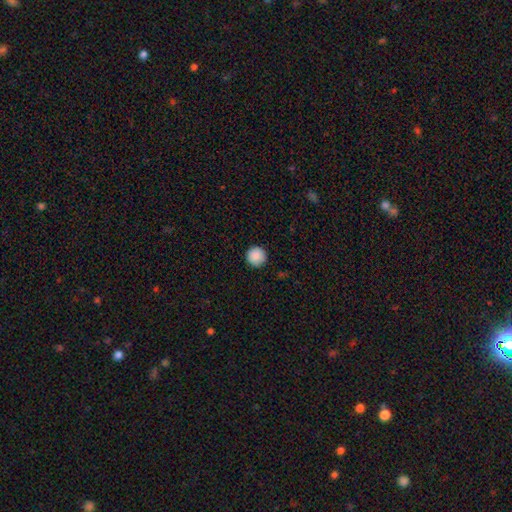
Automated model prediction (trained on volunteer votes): Smooth or featured?
  - smooth: 89% *
  - star or artifact: 8%
  - featured or disk: 3%
How rounded?
  - round: 96% *
  - in between: 3%
  - cigar-shaped: 1%
Merging?
  - none: 92% *
  - minor disturbance: 6%
  - major disturbance: 2%
  - merger: 1%